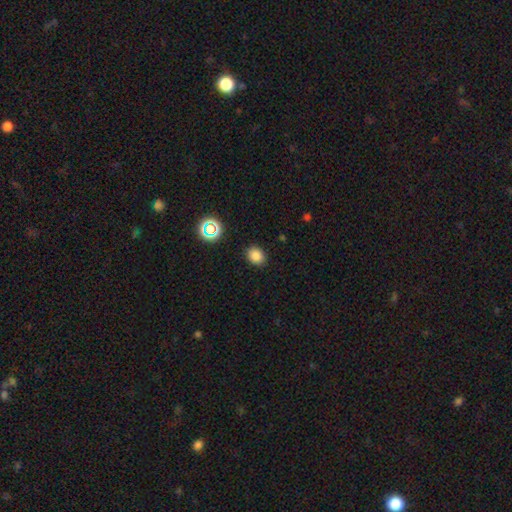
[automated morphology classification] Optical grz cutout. It shows a smooth galaxy with no disk features (81%) that is round (50%). Merging: none (88%).